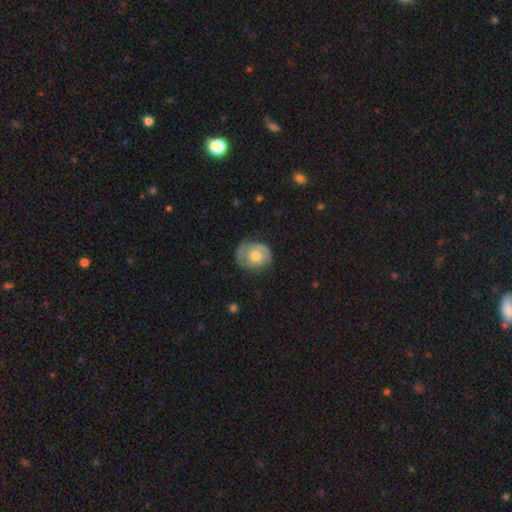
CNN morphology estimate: smooth_or_featured: featured or disk (p=0.56) [alt: smooth p=0.38]
disk_edge_on: no (p=0.97) [alt: yes p=0.03]
bar: no (p=0.78) [alt: weak p=0.19]
has_spiral_arms: yes (p=0.79) [alt: no p=0.21]
bulge_size: moderate (p=0.65) [alt: small p=0.23]
merging: none (p=0.64) [alt: minor disturbance p=0.25]